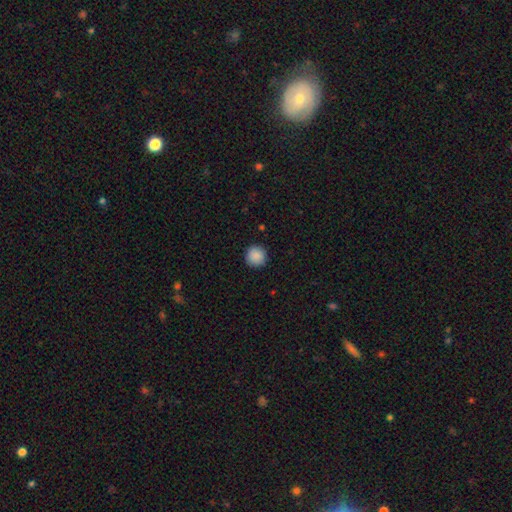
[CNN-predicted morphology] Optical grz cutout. It shows a smooth galaxy with no disk features (89%) that is round (95%). Merging: none (91%).